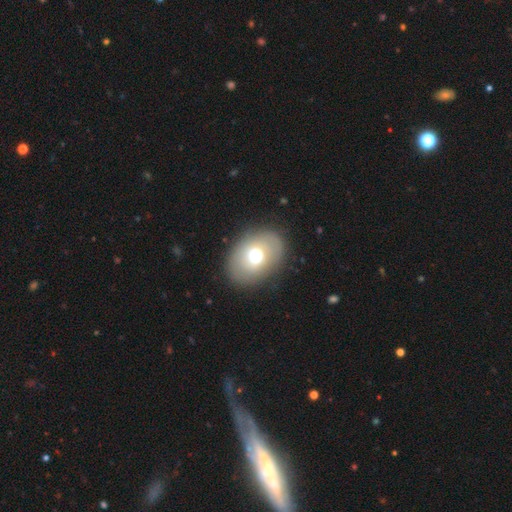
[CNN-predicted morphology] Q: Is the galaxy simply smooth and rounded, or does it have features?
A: smooth — 64%.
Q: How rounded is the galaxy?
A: in between — 66%.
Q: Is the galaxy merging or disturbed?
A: none — 83%.